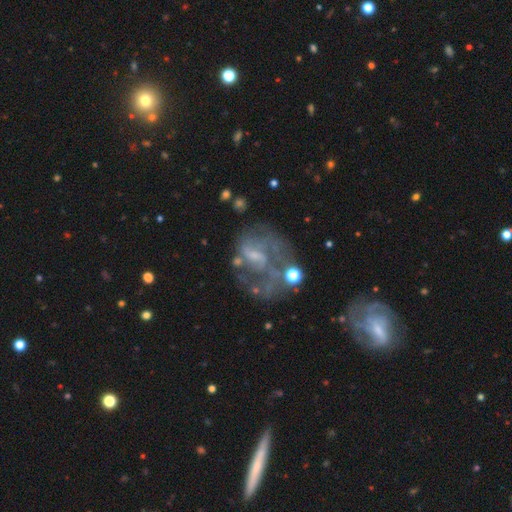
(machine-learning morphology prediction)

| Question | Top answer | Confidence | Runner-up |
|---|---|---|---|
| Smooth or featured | featured or disk | 70% | smooth (17%) |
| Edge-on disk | no | 97% | yes (3%) |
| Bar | no | 48% | weak (42%) |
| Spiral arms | yes | 61% | no (39%) |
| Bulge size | small | 41% | none (33%) |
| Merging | none | 37% | major disturbance (35%) |